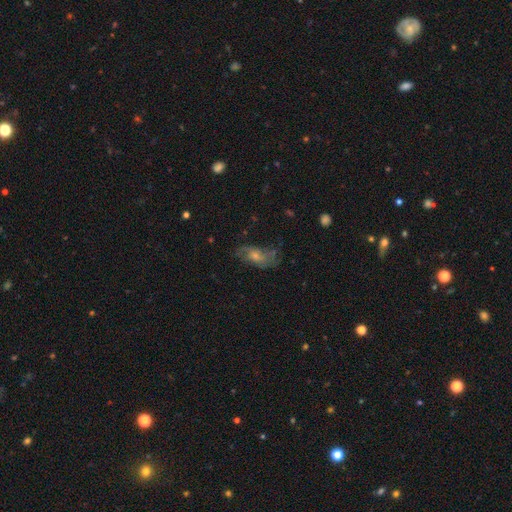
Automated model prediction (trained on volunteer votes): This is possibly a featured or disk galaxy (52%). It is clearly not viewed edge-on (90%). Merging: possibly none (52%).